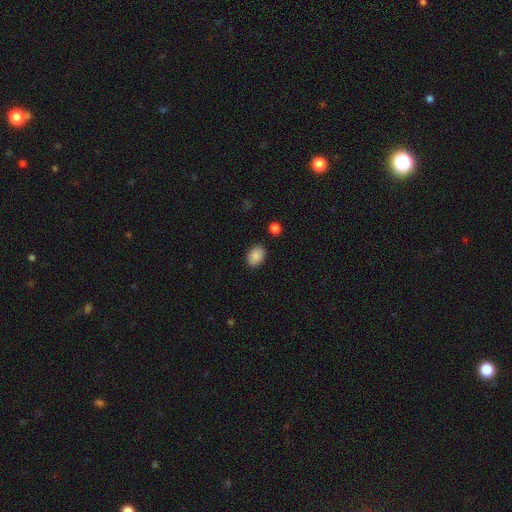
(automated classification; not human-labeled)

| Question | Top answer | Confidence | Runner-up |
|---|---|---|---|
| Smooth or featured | smooth | 89% | star or artifact (7%) |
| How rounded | in between | 81% | round (18%) |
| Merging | none | 87% | minor disturbance (9%) |